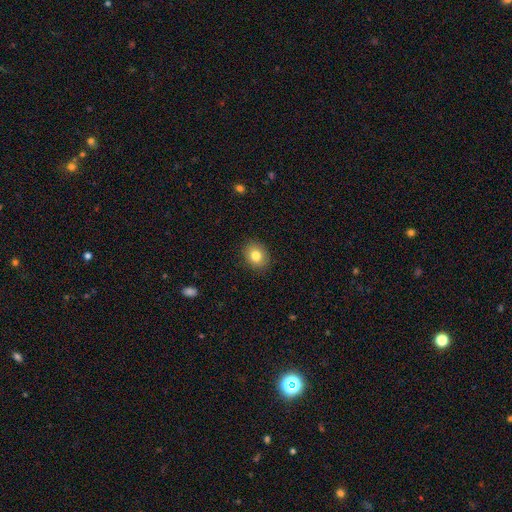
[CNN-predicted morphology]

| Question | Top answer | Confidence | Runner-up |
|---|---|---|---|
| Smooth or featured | smooth | 81% | star or artifact (10%) |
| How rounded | round | 55% | in between (44%) |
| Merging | none | 89% | minor disturbance (8%) |